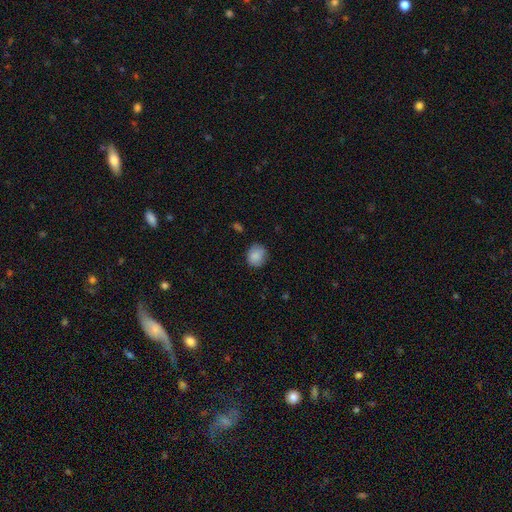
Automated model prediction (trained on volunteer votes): A smooth galaxy with no disk features (88%) that is round (76%). Merging: none (82%).